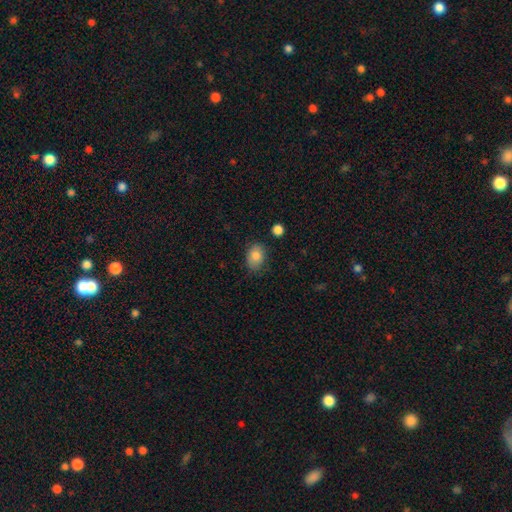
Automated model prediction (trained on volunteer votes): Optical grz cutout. It shows a smooth galaxy with no disk features (83%) that is in between round and cigar-shaped (73%). Merging: none (76%).